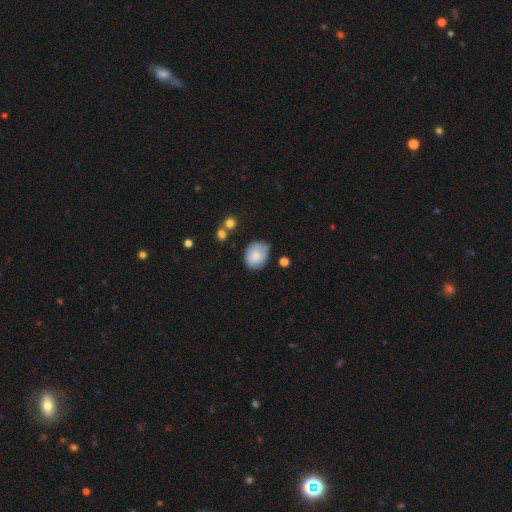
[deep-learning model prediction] A smooth galaxy with no disk features (82%) that is in between round and cigar-shaped (52%). Merging: none (63%).